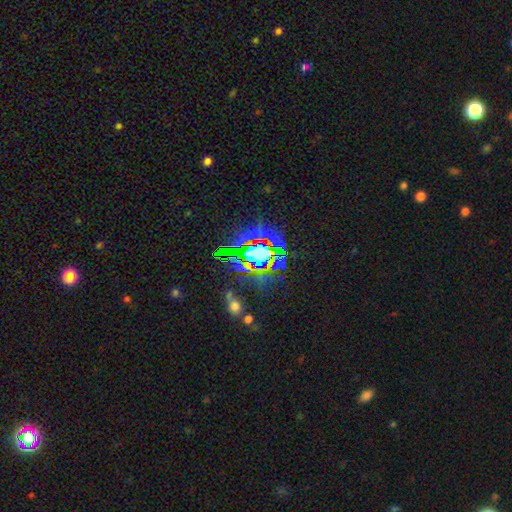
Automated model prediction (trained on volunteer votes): star or artifact 70%, smooth 16%, featured or disk 13%.